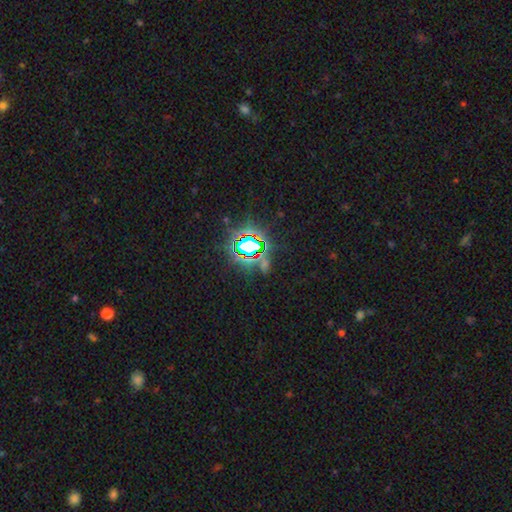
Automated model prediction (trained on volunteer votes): Smooth or featured: star or artifact — 80% (smooth — 12%)